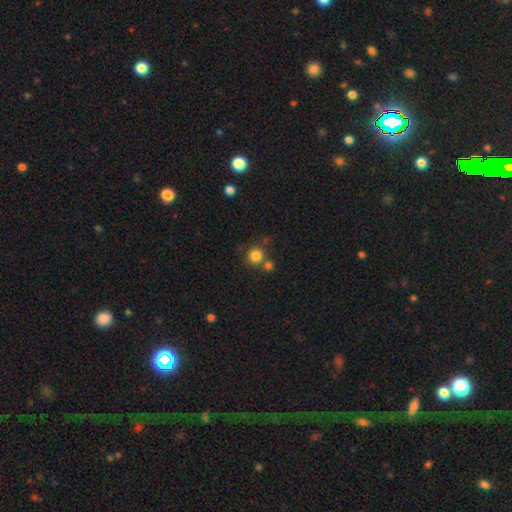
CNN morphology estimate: smooth-or-featured: smooth: 81% | star or artifact: 12% | featured or disk: 7%
  how-rounded: round: 92% | in between: 7% | cigar-shaped: 1%
  merging: none: 65% | merger: 22% | minor disturbance: 10% | major disturbance: 4%